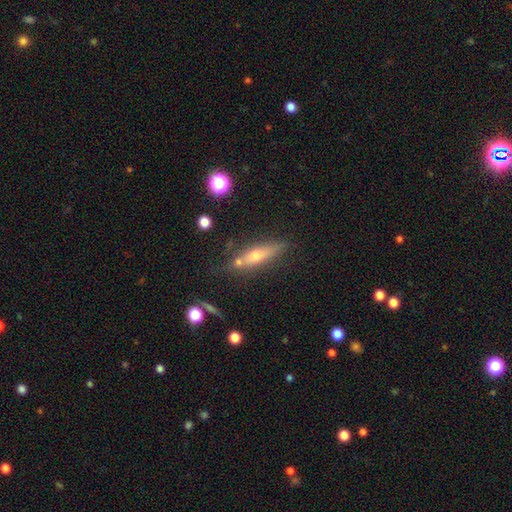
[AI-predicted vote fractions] This is possibly a smooth galaxy (46%). Merging: likely none (69%).